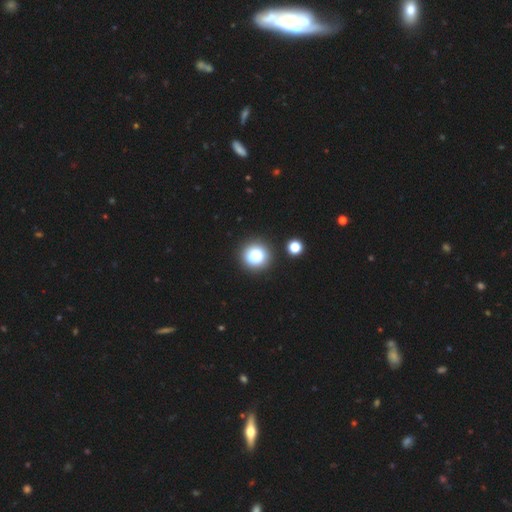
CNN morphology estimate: This appears to be a smooth galaxy with no disk features (81%) that is round (92%). Merging: none (87%).